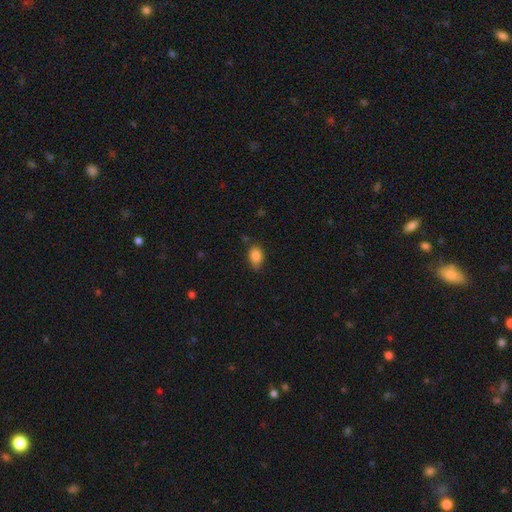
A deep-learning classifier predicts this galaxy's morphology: A smooth galaxy with no disk features (85%) that is in between round and cigar-shaped (80%).

Vote fractions:
- Smooth or featured? smooth: 85% / star or artifact: 9% / featured or disk: 6%
- How rounded? in between: 80% / round: 19% / cigar-shaped: 2%
- Merging? none: 70% / minor disturbance: 23% / major disturbance: 4% / merger: 2%